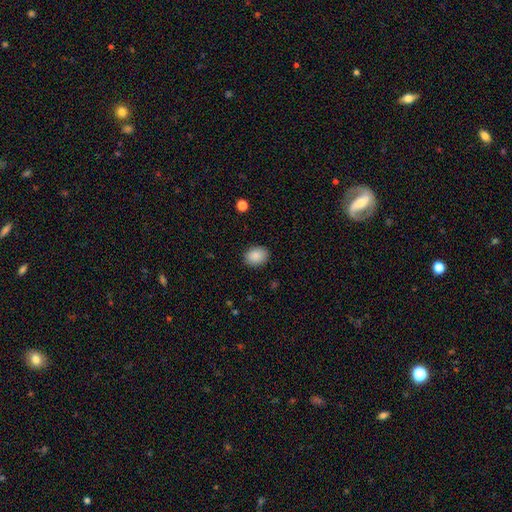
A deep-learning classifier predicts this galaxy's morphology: type=smooth (89%); roundness=in between (62%); merging=none (88%).